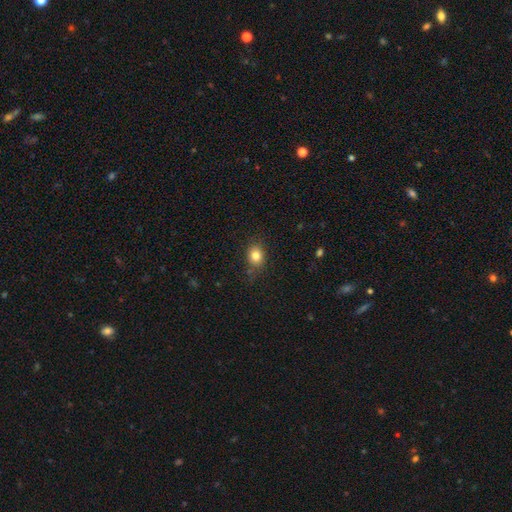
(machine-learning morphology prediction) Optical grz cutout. It shows a smooth galaxy with no disk features (82%) that is round (56%). Merging: none (79%).